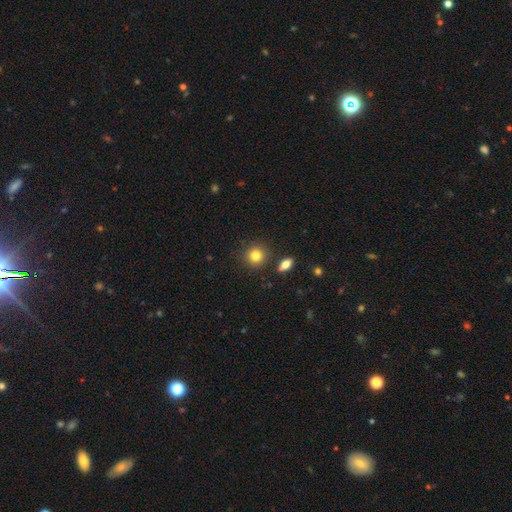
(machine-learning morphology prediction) A smooth galaxy with no disk features (84%) that is round (88%). Merging: none (85%).